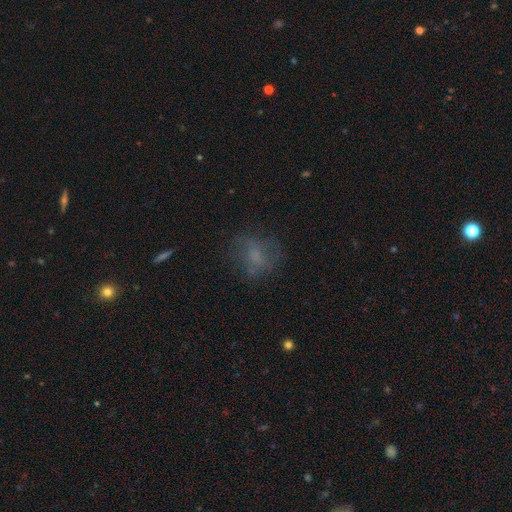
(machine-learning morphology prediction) Smooth or featured? smooth (60%)
How rounded? round (66%)
Merging? none (65%)